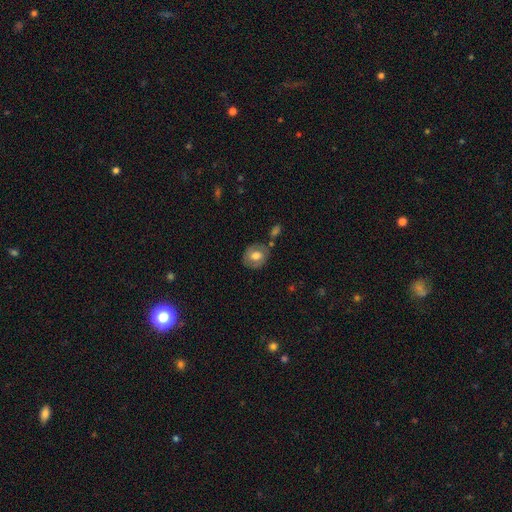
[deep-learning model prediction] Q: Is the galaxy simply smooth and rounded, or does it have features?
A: smooth — 65%.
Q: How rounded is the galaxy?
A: round — 67%.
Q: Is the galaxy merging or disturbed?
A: none — 74%.